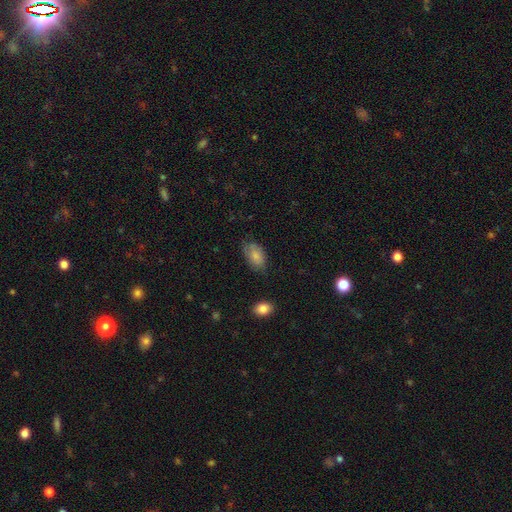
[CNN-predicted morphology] Overall: smooth (78%). How rounded: in between (92%). Merging: none (64%; minor disturbance 28%).